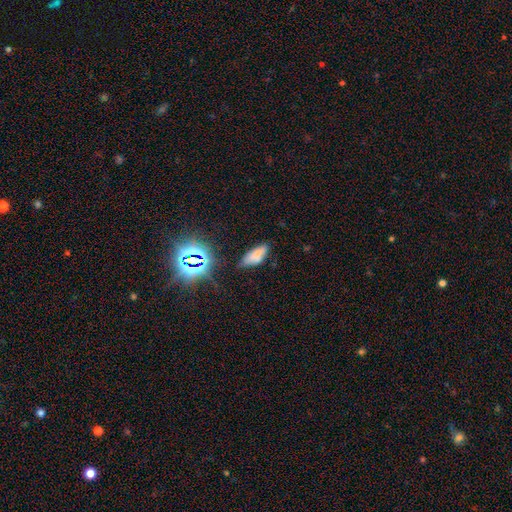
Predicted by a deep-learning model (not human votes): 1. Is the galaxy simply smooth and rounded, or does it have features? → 64% smooth, 19% featured or disk, 18% star or artifact.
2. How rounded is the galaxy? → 82% in between, 14% cigar-shaped, 4% round.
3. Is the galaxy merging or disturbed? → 61% none, 25% minor disturbance, 7% major disturbance, 7% merger.